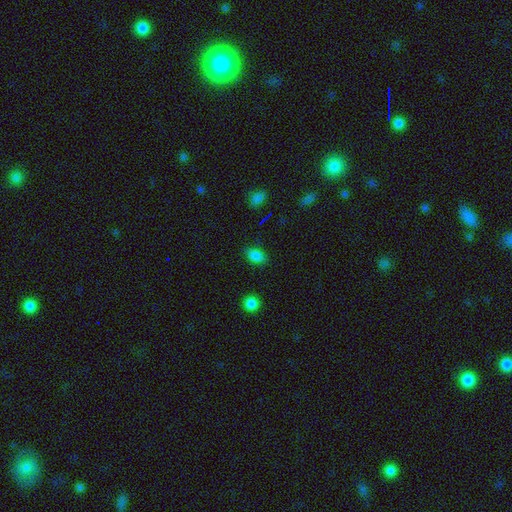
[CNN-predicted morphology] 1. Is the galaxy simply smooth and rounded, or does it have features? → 83% smooth, 12% star or artifact, 5% featured or disk.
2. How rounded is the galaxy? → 77% in between, 22% round, 1% cigar-shaped.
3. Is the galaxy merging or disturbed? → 85% none, 10% minor disturbance, 3% major disturbance, 1% merger.